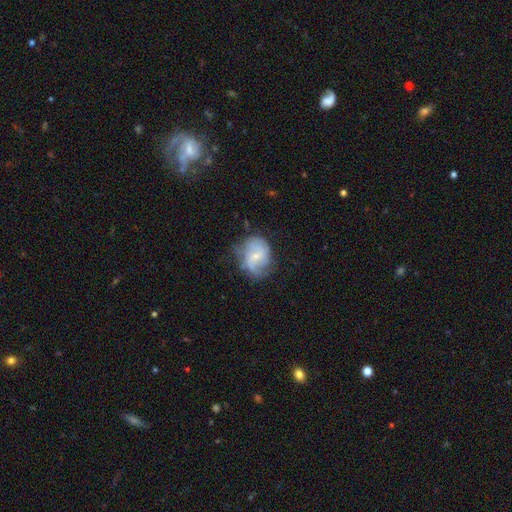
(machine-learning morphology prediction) A featured or disk galaxy (66%) with no bar (49%), 2 (48%) medium (43%) spiral arms (85%) and a small central bulge (68%).

Vote fractions:
- Smooth or featured? featured or disk: 66% / smooth: 26% / star or artifact: 7%
- Edge-on disk? no: 98% / yes: 2%
- Bar? no: 49% / weak: 43% / strong: 8%
- Spiral arms? yes: 85% / no: 15%
- Spiral winding? medium: 43% / loose: 29% / tight: 28%
- Spiral arm count? 2: 48% / can't tell: 28% / 3: 12% / 1: 5% / 4: 4% / more than 4: 3%
- Bulge size? small: 68% / moderate: 25% / none: 5% / large: 1% / dominant: 1%
- Merging? none: 55% / minor disturbance: 27% / major disturbance: 15% / merger: 2%